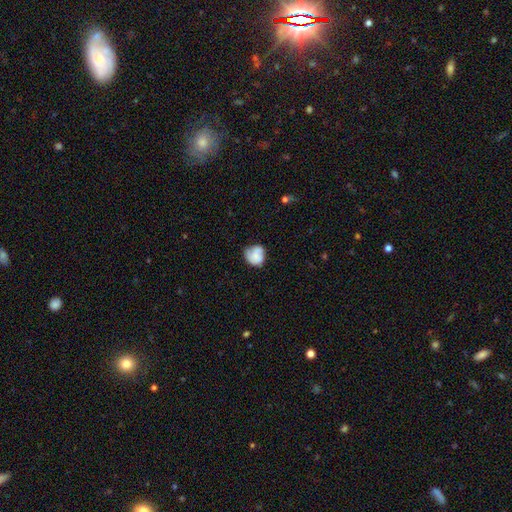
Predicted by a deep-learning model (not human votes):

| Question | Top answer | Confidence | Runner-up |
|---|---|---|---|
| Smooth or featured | smooth | 63% | featured or disk (28%) |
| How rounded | round | 76% | in between (23%) |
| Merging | none | 57% | minor disturbance (29%) |